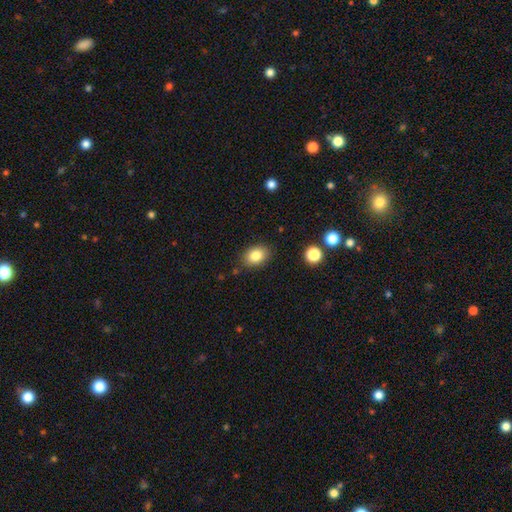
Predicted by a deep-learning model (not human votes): This is clearly a smooth galaxy (84%). How rounded: likely in between (75%). Merging: clearly none (84%).